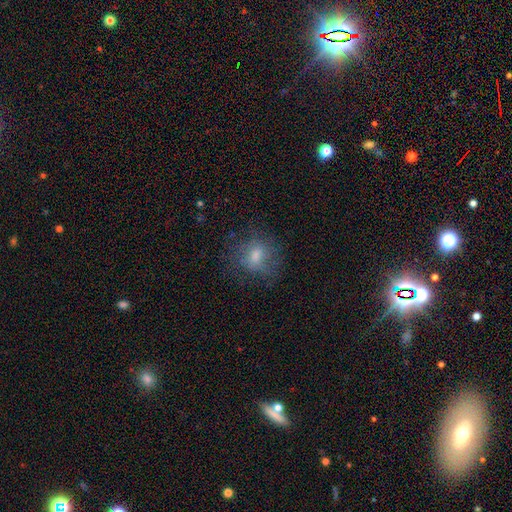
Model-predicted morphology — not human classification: smooth 63%, featured or disk 22%, star or artifact 15%. Down the decision tree: how rounded — round (69%); merging — none (68%).